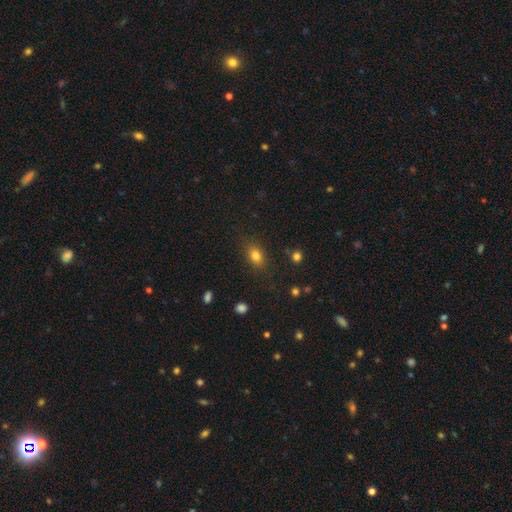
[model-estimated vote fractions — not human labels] Q: Smooth or featured?
A: smooth (82%); runner-up: star or artifact (11%)
Q: How rounded?
A: in between (77%); runner-up: round (20%)
Q: Merging?
A: none (82%); runner-up: minor disturbance (12%)